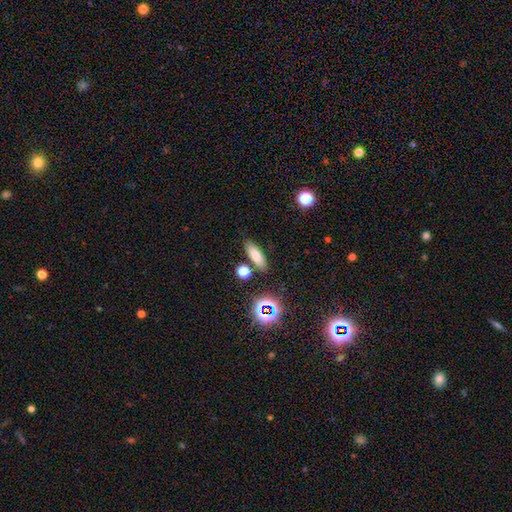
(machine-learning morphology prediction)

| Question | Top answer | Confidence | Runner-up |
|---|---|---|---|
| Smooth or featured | smooth | 76% | star or artifact (14%) |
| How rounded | in between | 56% | cigar-shaped (38%) |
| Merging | none | 82% | minor disturbance (9%) |